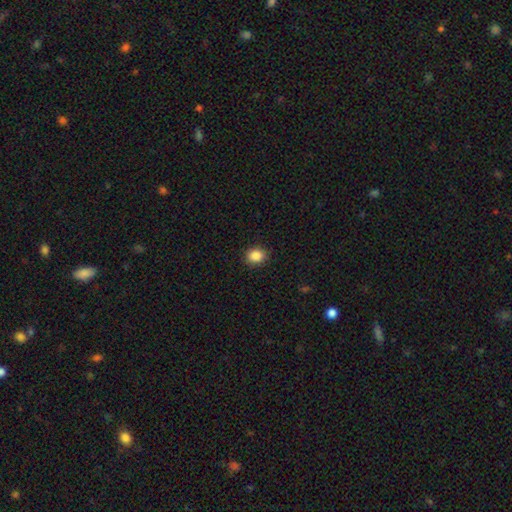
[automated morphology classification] type=smooth (88%); roundness=round (56%); merging=none (89%).